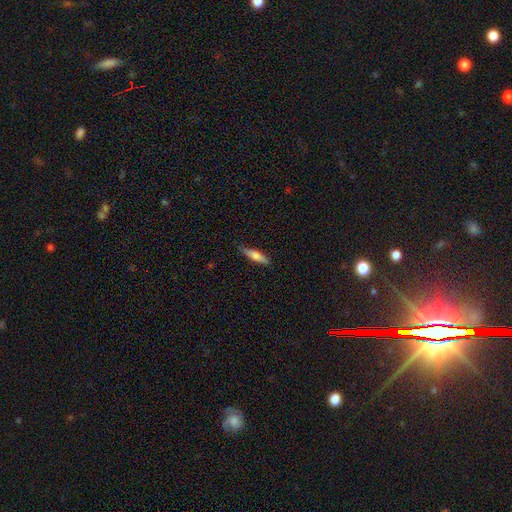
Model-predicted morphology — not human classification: The model was most divided on "smooth or featured": smooth: 63%, featured or disk: 31%, star or artifact: 6%. More confident: merging — none (83%); how rounded — cigar-shaped (77%).